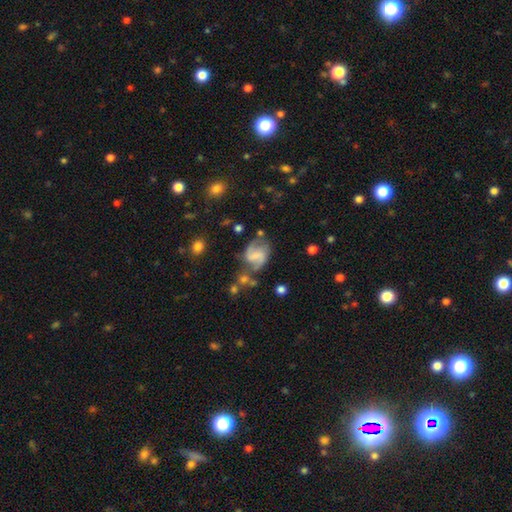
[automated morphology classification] This appears to be a featured or disk galaxy (68%) with a weak bar (49%), 2 (85%) medium (45%) spiral arms (89%) and no central bulge (40%). Merging: none (54%).